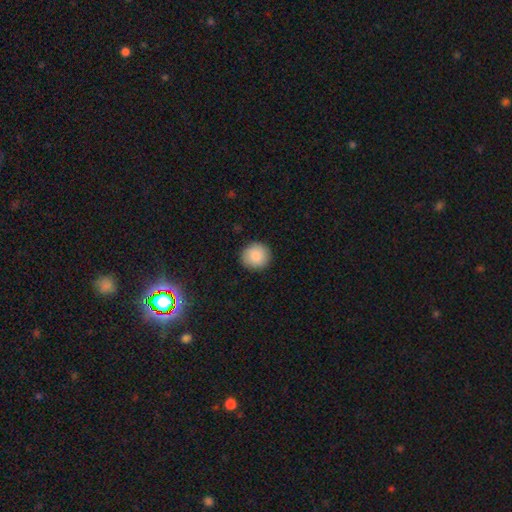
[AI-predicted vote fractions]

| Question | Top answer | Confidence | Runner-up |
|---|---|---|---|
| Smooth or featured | smooth | 85% | star or artifact (8%) |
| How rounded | round | 93% | in between (6%) |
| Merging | none | 91% | minor disturbance (6%) |